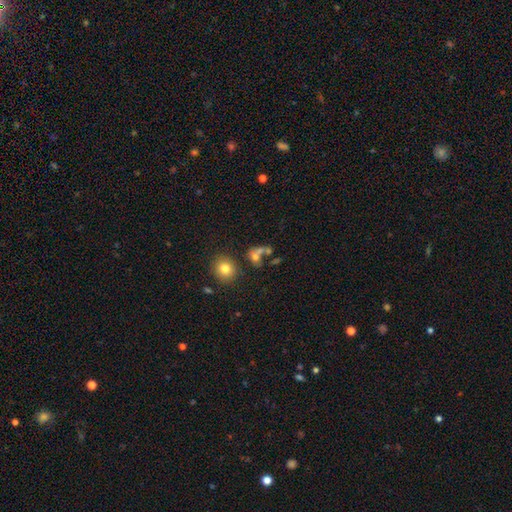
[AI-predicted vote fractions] The model was most divided on "how rounded": round: 48%, in between: 47%, cigar-shaped: 4%. Remaining: smooth or featured — smooth (63%); merging — merger (39%).